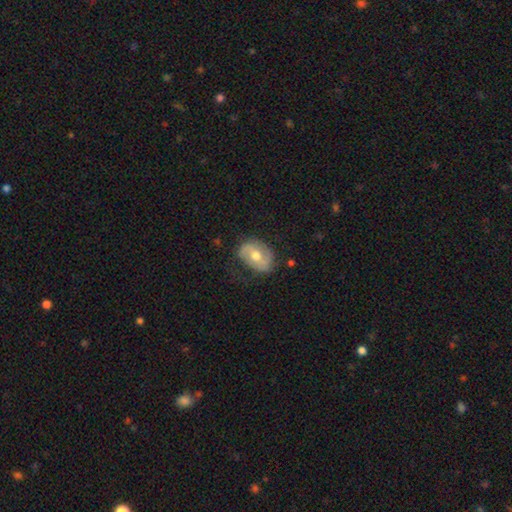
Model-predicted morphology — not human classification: type=featured or disk (58%); edge-on=no (95%); bar=no (43%); spiral arms=yes (70%); bulge=moderate (76%); merging=none (66%).